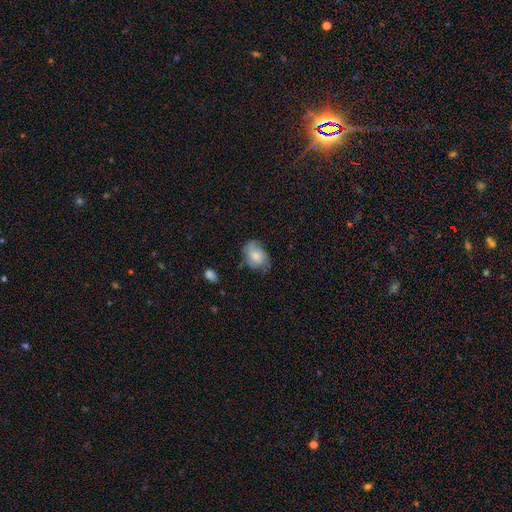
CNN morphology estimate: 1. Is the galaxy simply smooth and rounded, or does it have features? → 67% smooth, 25% featured or disk, 8% star or artifact.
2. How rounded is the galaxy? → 78% in between, 21% round, 1% cigar-shaped.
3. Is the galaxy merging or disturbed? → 55% none, 32% minor disturbance, 11% major disturbance, 2% merger.